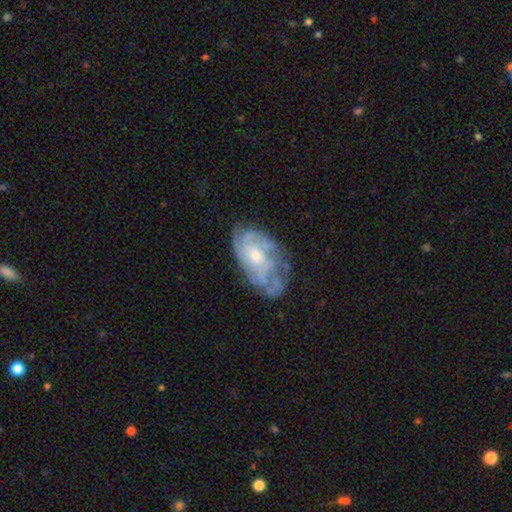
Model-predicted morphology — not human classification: Smooth or featured?
  - featured or disk: 78% *
  - smooth: 15%
  - star or artifact: 7%
Edge-on disk?
  - no: 96% *
  - yes: 4%
Bar?
  - no: 77% *
  - weak: 20%
  - strong: 3%
Spiral arms?
  - yes: 86% *
  - no: 14%
Spiral winding?
  - tight: 56% *
  - medium: 32%
  - loose: 12%
Spiral arm count?
  - can't tell: 45% *
  - 4: 19%
  - 3: 14%
  - 2: 9%
  - more than 4: 8%
  - 1: 5%
Bulge size?
  - small: 50% *
  - moderate: 45%
  - large: 2%
  - none: 2%
  - dominant: 1%
Merging?
  - none: 62% *
  - minor disturbance: 24%
  - major disturbance: 12%
  - merger: 2%